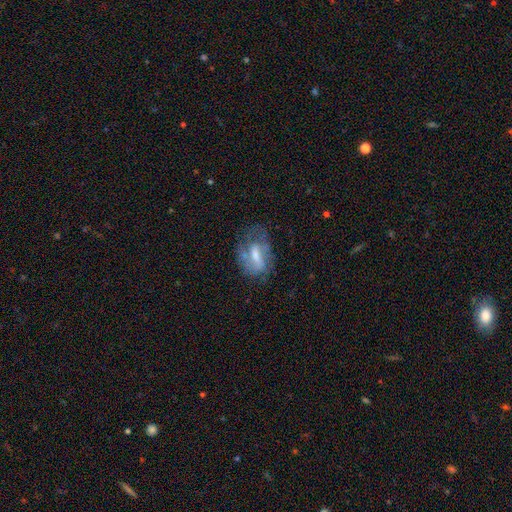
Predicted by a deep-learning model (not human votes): The model was most divided on "smooth or featured": featured or disk: 52%, smooth: 39%, star or artifact: 9%. Remaining: edge-on disk — no (92%); merging — none (47%).